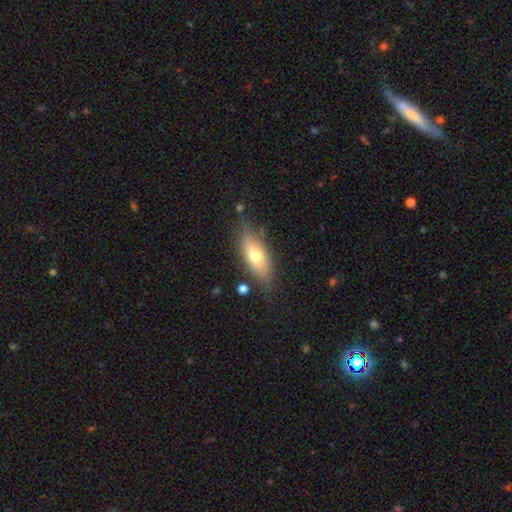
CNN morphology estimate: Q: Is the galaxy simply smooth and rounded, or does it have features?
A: smooth — 66%.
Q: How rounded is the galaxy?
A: in between — 73%.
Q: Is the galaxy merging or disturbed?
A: none — 74%.